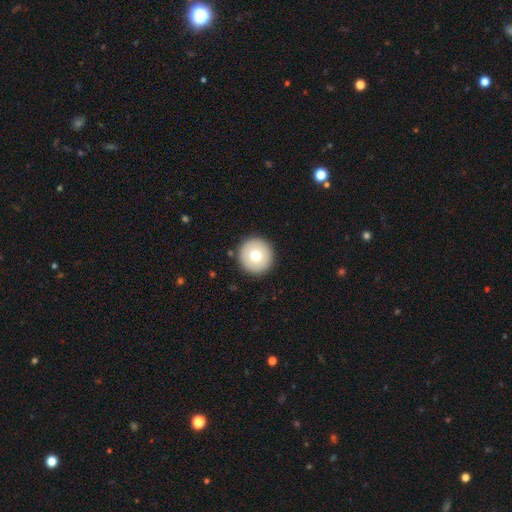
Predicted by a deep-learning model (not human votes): smooth-or-featured: smooth: 71% | featured or disk: 20% | star or artifact: 9%
  how-rounded: round: 96% | in between: 3% | cigar-shaped: 1%
  merging: none: 92% | minor disturbance: 5% | major disturbance: 2% | merger: 1%